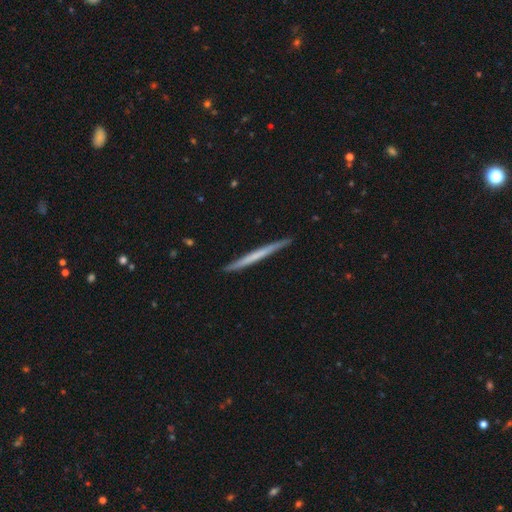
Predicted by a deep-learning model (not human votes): Q: Smooth or featured?
A: smooth (48%); runner-up: featured or disk (47%)
Q: Merging?
A: none (91%); runner-up: minor disturbance (7%)